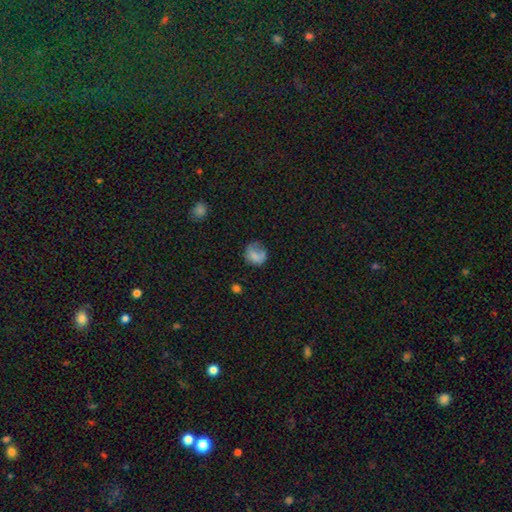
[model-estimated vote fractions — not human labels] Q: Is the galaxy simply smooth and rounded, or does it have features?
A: smooth — 70%.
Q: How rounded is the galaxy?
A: round — 71%.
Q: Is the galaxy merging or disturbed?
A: none — 48%.